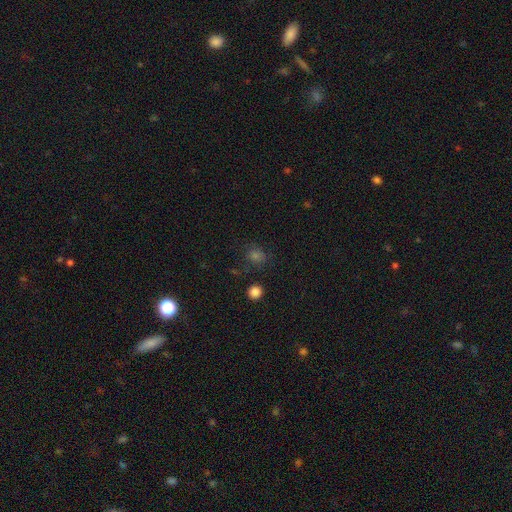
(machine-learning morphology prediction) Smooth or featured? smooth (61%)
How rounded? round (79%)
Merging? none (78%)